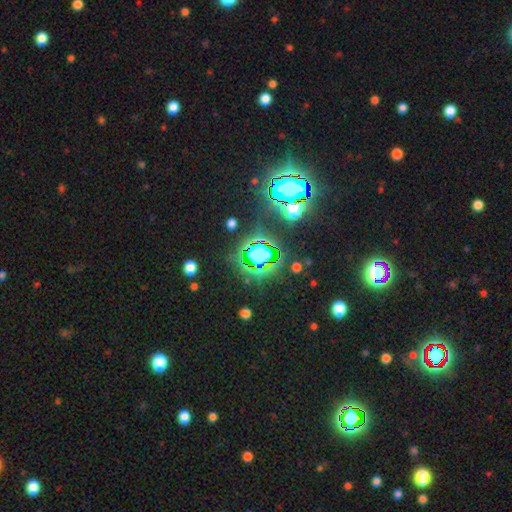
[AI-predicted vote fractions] smooth_or_featured: star or artifact (p=0.81) [alt: smooth p=0.12]